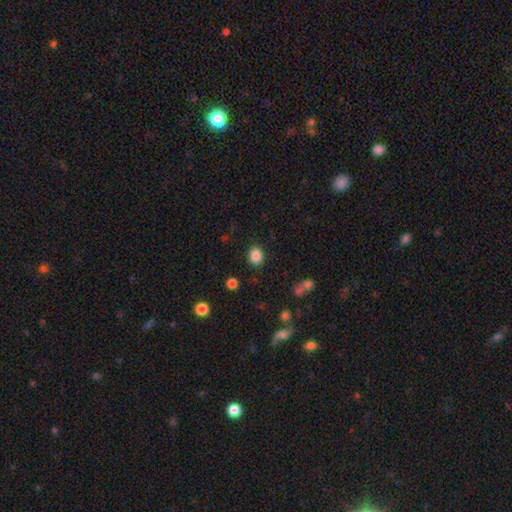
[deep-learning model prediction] smooth_or_featured: smooth (p=0.86) [alt: star or artifact p=0.10]
how_rounded: round (p=0.55) [alt: in between p=0.44]
merging: none (p=0.87) [alt: minor disturbance p=0.08]